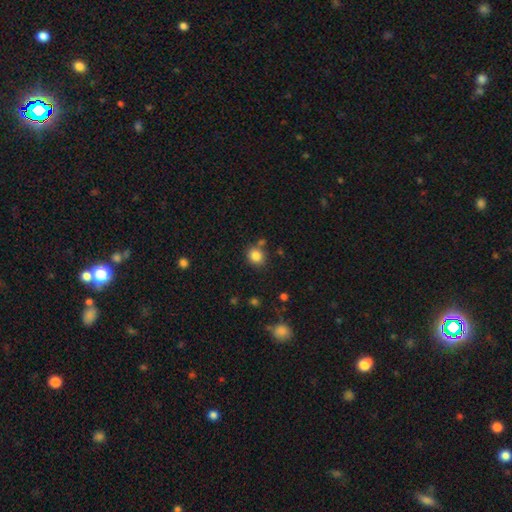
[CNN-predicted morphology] smooth 84%, star or artifact 11%, featured or disk 5%. Down the decision tree: how rounded — round (76%); merging — none (75%).